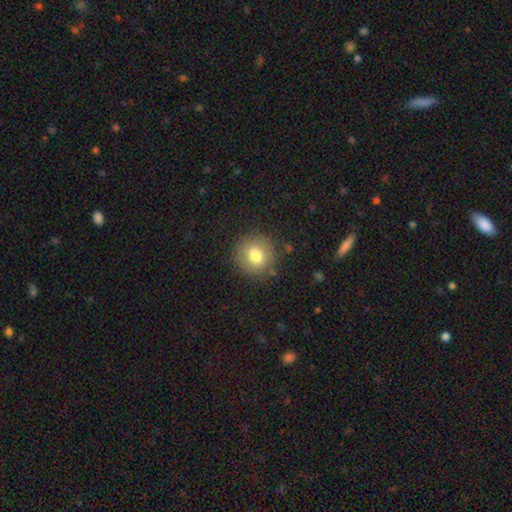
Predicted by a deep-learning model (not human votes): Smooth or featured: smooth — 78% (featured or disk — 12%)
How rounded: round — 92% (in between — 7%)
Merging: none — 86% (minor disturbance — 9%)